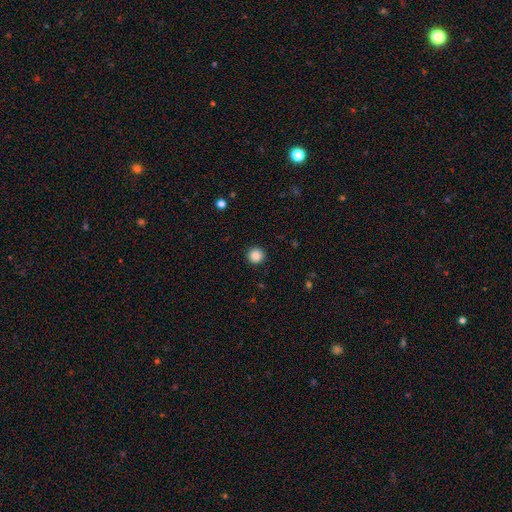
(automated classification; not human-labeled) Smooth or featured? Predicted: smooth (p=0.87). How rounded? Predicted: round (p=0.96). Merging? Predicted: none (p=0.92).